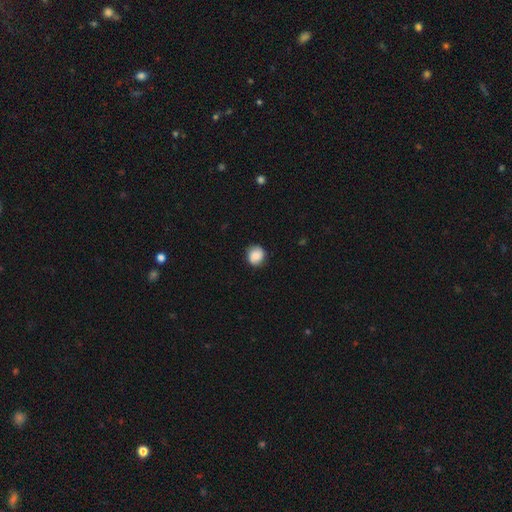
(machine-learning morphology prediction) This appears to be a smooth galaxy with no disk features (75%) that is round (84%). Merging: none (82%).